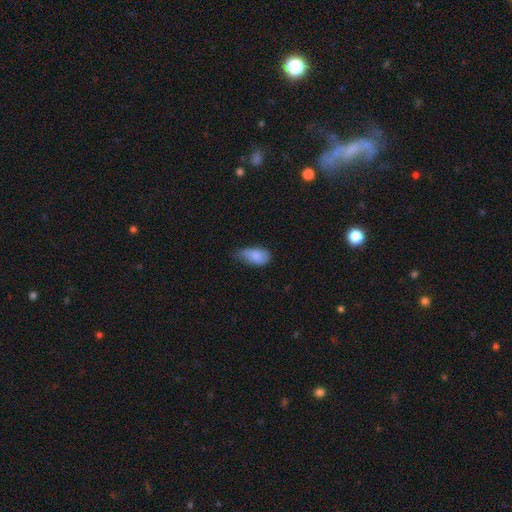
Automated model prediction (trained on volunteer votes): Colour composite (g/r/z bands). It shows a smooth galaxy with no disk features (81%) that is in between round and cigar-shaped (91%). Merging: minor disturbance (50%).